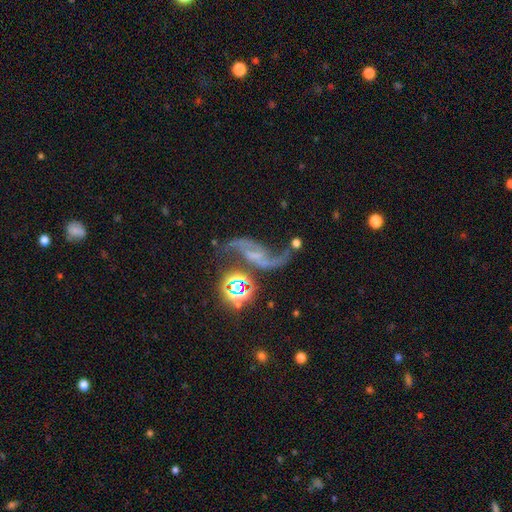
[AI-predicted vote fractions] featured or disk 80%, star or artifact 12%, smooth 7%. Down the decision tree: edge-on disk — no (96%); bar — weak (40%); spiral arms — yes (95%); spiral arm count — 2 (91%); spiral winding — loose (82%); bulge size — none (43%); merging — none (54%).